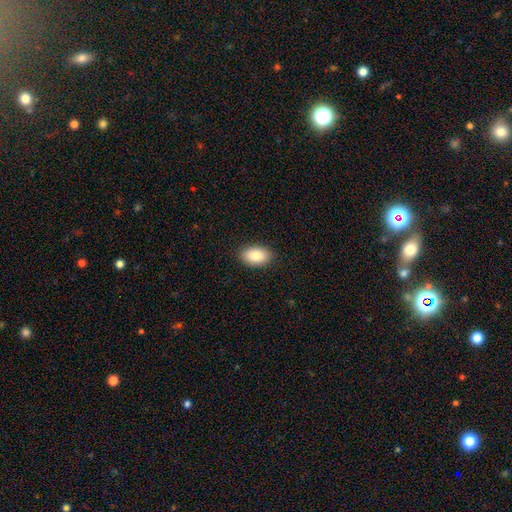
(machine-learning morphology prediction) Smooth or featured?
  - smooth: 86% *
  - star or artifact: 7%
  - featured or disk: 7%
How rounded?
  - in between: 92% *
  - round: 7%
  - cigar-shaped: 1%
Merging?
  - none: 89% *
  - minor disturbance: 8%
  - major disturbance: 2%
  - merger: 1%